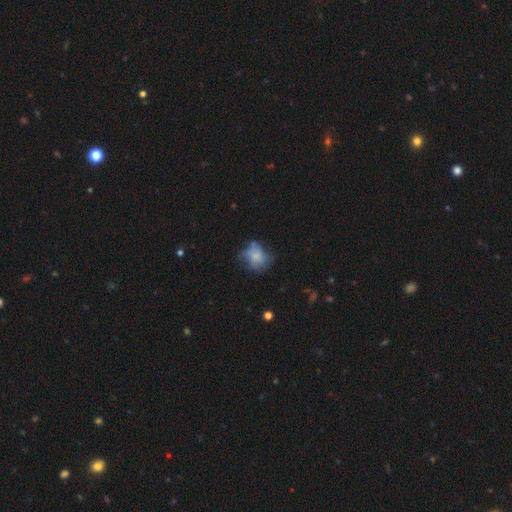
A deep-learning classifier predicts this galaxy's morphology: smooth 56%, featured or disk 32%, star or artifact 12%. Down the decision tree: how rounded — round (54%); merging — none (43%).